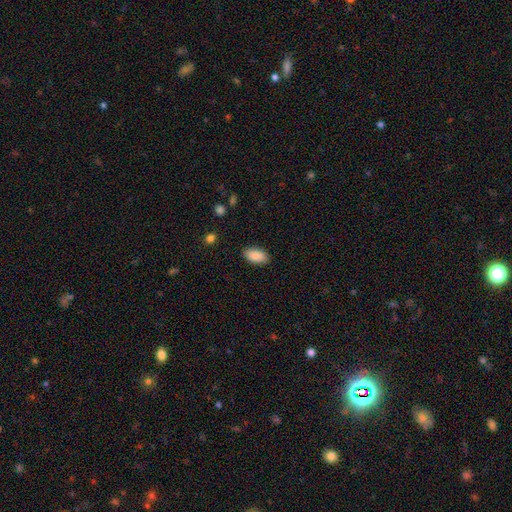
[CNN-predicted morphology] This is clearly a smooth galaxy (89%). How rounded: clearly in between (93%). Merging: clearly none (87%).